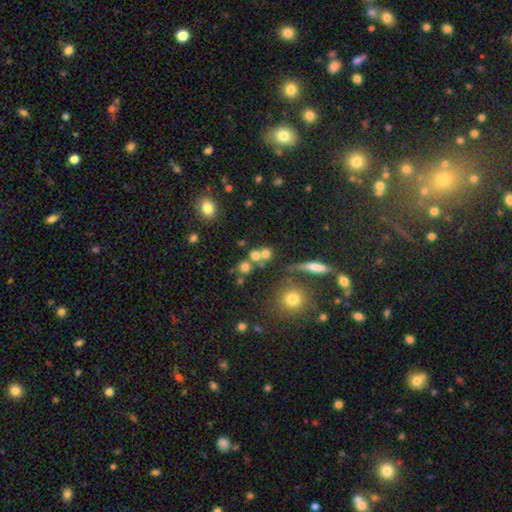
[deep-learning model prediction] The model was most divided on "merging": none: 46%, merger: 42%, minor disturbance: 8%, major disturbance: 4%. More confident: how rounded — round (84%); smooth or featured — smooth (66%).